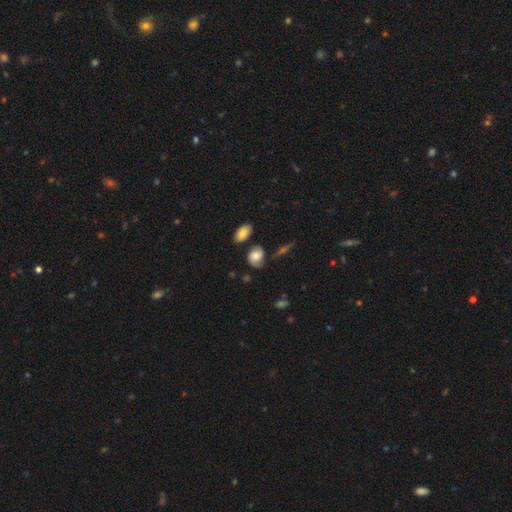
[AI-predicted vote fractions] Smooth or featured: smooth — 63% (featured or disk — 28%)
How rounded: in between — 59% (round — 39%)
Merging: none — 56% (minor disturbance — 26%)